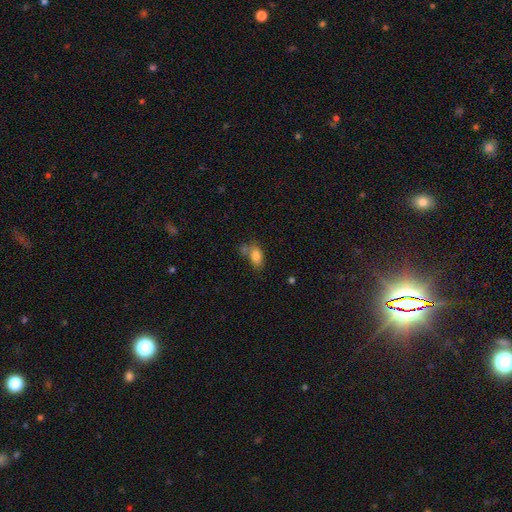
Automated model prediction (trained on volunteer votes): Smooth or featured? Predicted: smooth (p=0.80). How rounded? Predicted: in between (p=0.86). Merging? Predicted: none (p=0.41).